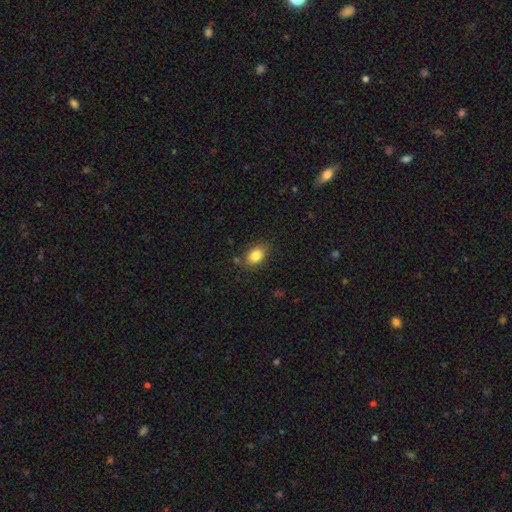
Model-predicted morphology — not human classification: This appears to be a smooth galaxy with no disk features (83%) that is in between round and cigar-shaped (79%). Merging: none (79%).